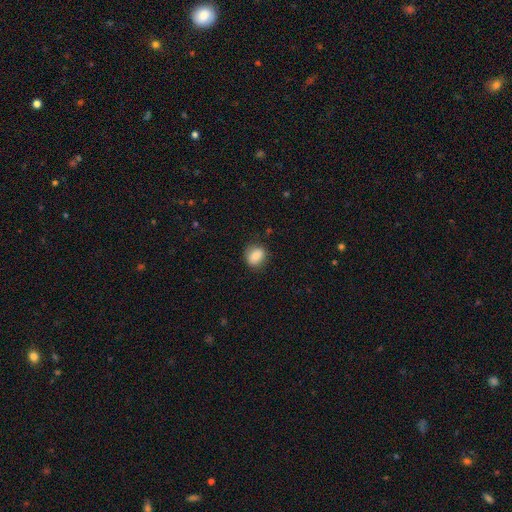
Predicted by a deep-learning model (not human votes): Smooth or featured: smooth — 82% (featured or disk — 9%)
How rounded: round — 57% (in between — 41%)
Merging: none — 81% (minor disturbance — 14%)